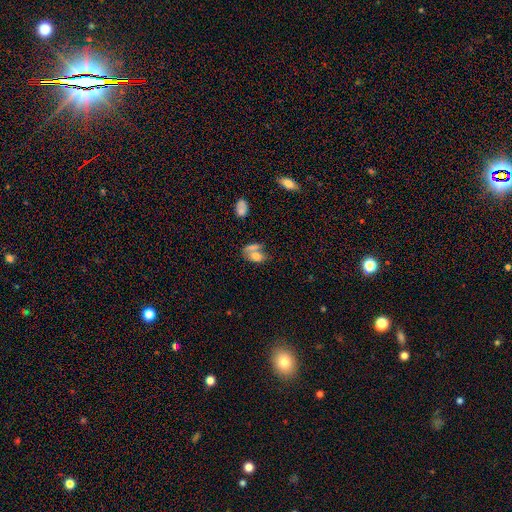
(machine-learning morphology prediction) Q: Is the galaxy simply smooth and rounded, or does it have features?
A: smooth — 67%.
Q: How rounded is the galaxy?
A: in between — 80%.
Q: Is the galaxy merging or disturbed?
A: merger — 42%.